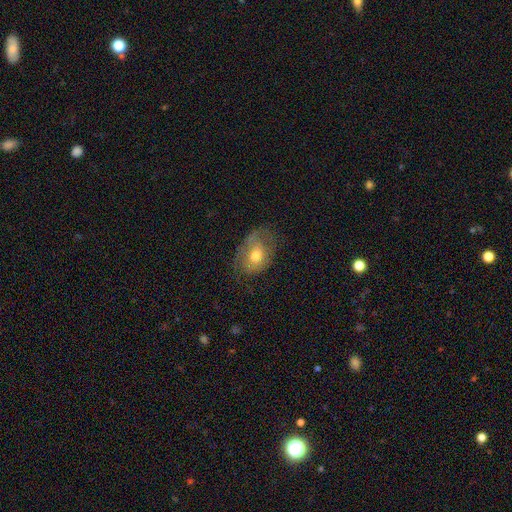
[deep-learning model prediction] smooth 53%, featured or disk 38%, star or artifact 8%. Down the decision tree: how rounded — in between (70%); merging — none (48%).